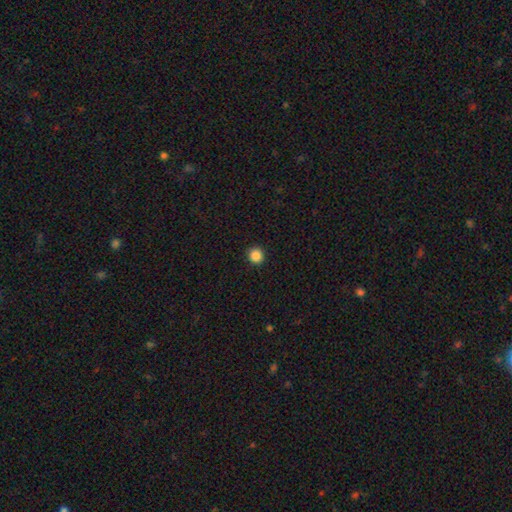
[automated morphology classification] This is clearly a smooth galaxy (86%). How rounded: clearly round (93%). Merging: clearly none (93%).